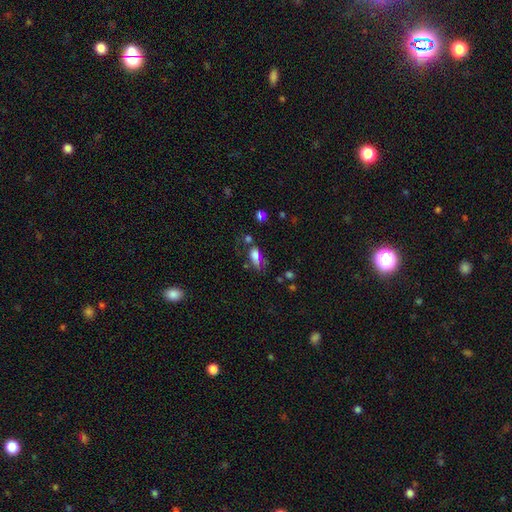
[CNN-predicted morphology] The model was most divided on "merging": none: 39%, major disturbance: 24%, minor disturbance: 24%, merger: 13%. More confident: how rounded — in between (76%); smooth or featured — smooth (67%).